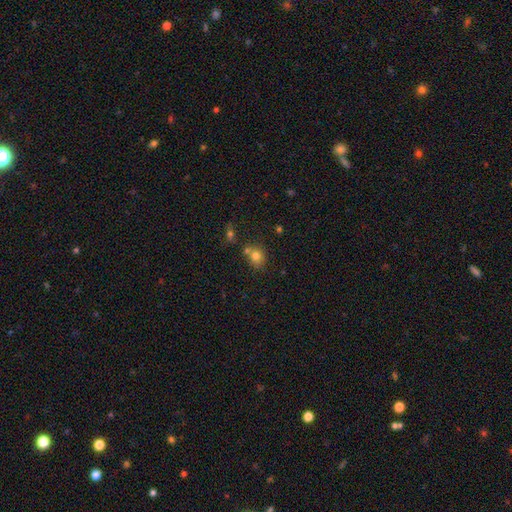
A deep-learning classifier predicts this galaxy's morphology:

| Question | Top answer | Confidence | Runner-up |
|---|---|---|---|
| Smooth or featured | smooth | 77% | star or artifact (13%) |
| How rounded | round | 72% | in between (27%) |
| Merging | none | 60% | merger (25%) |